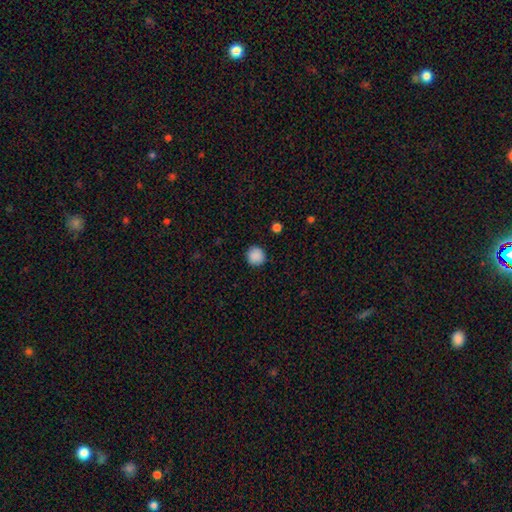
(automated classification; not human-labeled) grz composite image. It shows a smooth galaxy with no disk features (89%) that is round (94%). Merging: none (91%).